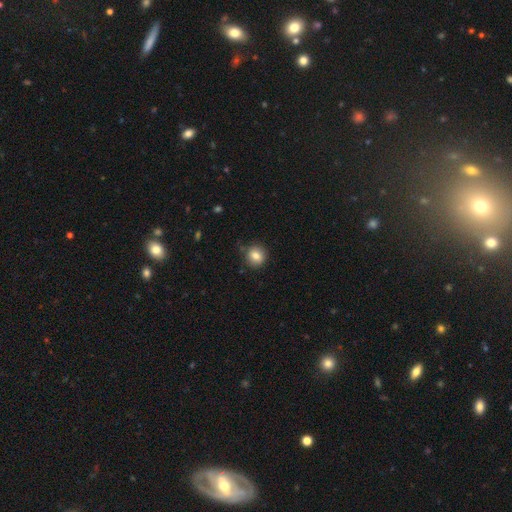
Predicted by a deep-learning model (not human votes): Smooth or featured? Predicted: smooth (p=0.82). How rounded? Predicted: round (p=0.87). Merging? Predicted: none (p=0.84).